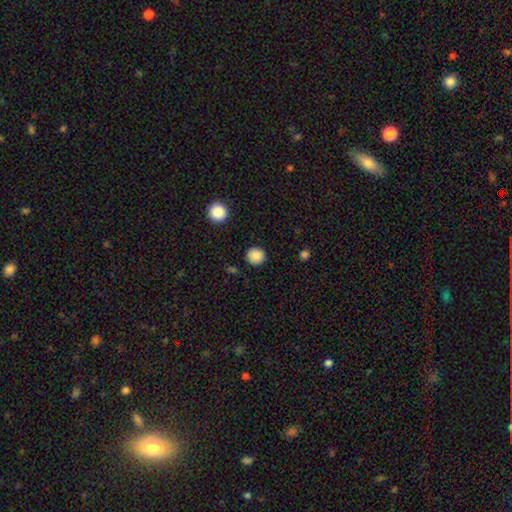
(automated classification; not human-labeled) This appears to be a smooth galaxy with no disk features (87%) that is round (93%). Merging: none (90%).